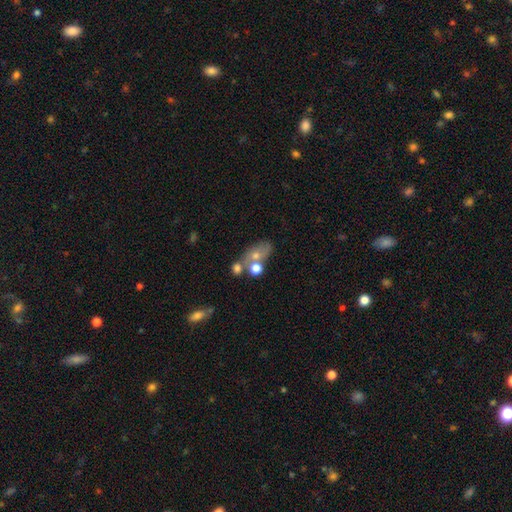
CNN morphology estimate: A smooth galaxy with no disk features (49%).

Vote fractions:
- Smooth or featured? smooth: 49% / featured or disk: 34% / star or artifact: 17%
- Merging? none: 42% / merger: 36% / minor disturbance: 14% / major disturbance: 9%